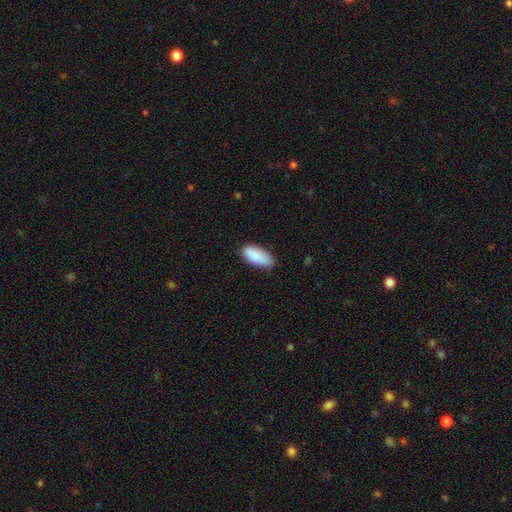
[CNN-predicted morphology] Q: Smooth or featured?
A: smooth (89%); runner-up: star or artifact (6%)
Q: How rounded?
A: in between (88%); runner-up: cigar-shaped (10%)
Q: Merging?
A: none (76%); runner-up: minor disturbance (20%)